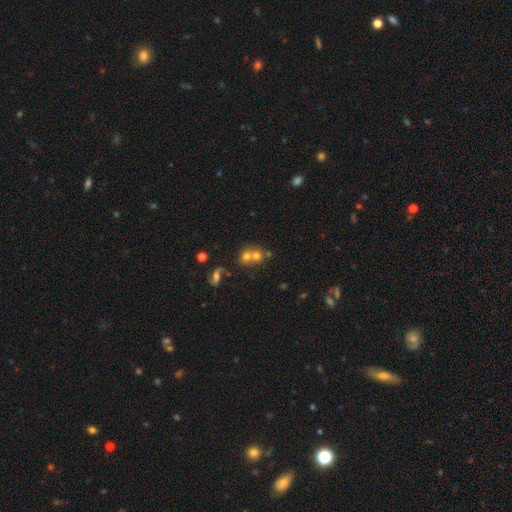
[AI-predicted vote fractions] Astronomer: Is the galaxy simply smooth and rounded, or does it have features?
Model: smooth — 57%.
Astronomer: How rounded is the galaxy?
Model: round — 77%.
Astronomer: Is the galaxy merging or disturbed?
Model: merger — 55% (runner-up: none, 34%).